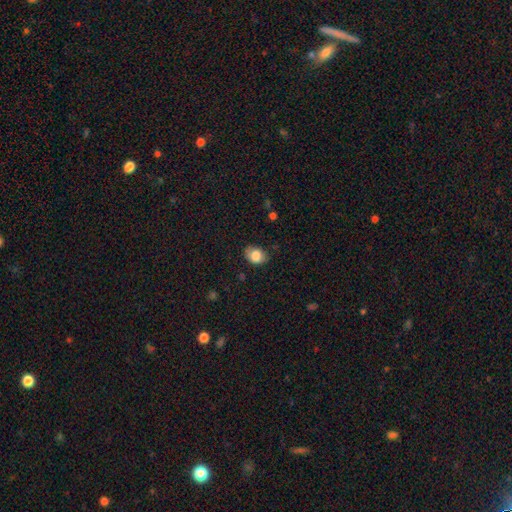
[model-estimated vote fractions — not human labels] The model was most divided on "how rounded": in between: 63%, round: 36%, cigar-shaped: 1%. More confident: smooth or featured — smooth (82%); merging — none (72%).